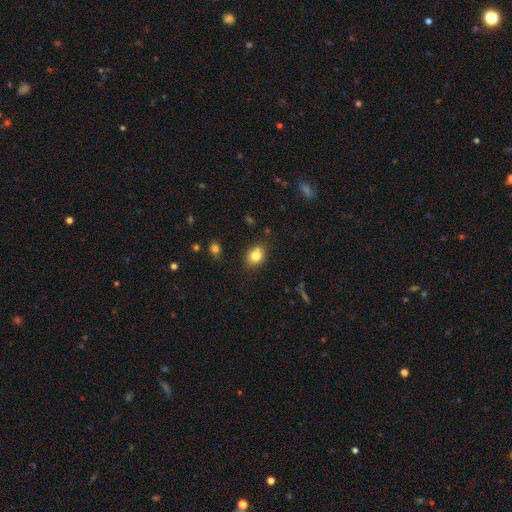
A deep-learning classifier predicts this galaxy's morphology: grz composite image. It shows a smooth galaxy with no disk features (80%) that is in between round and cigar-shaped (52%). Merging: none (78%).